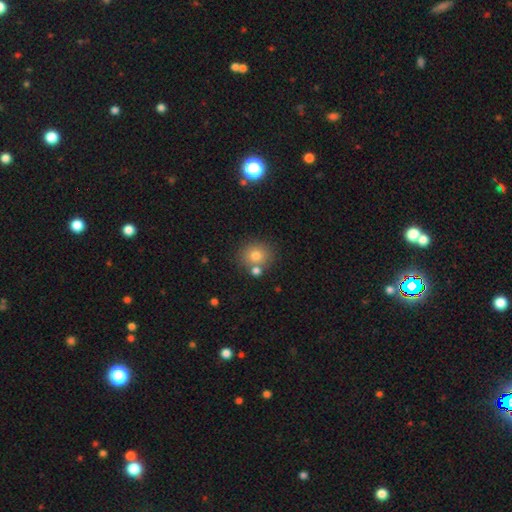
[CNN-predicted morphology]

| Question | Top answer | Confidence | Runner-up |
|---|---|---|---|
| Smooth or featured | smooth | 77% | star or artifact (13%) |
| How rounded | round | 82% | in between (18%) |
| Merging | none | 70% | merger (18%) |